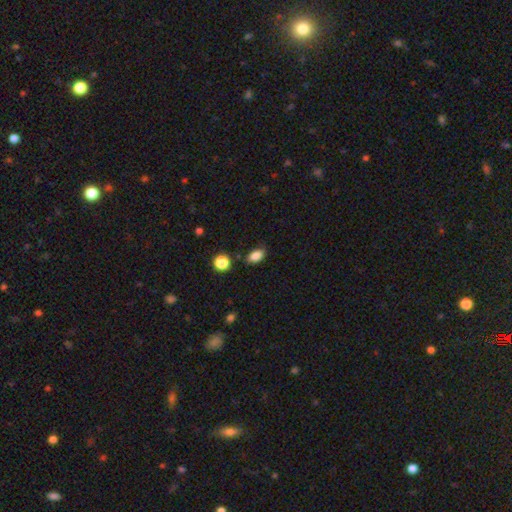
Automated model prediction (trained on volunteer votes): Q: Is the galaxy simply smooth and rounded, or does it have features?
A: smooth — 86%.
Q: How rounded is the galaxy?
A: in between — 88%.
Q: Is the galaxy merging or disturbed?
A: none — 82%.